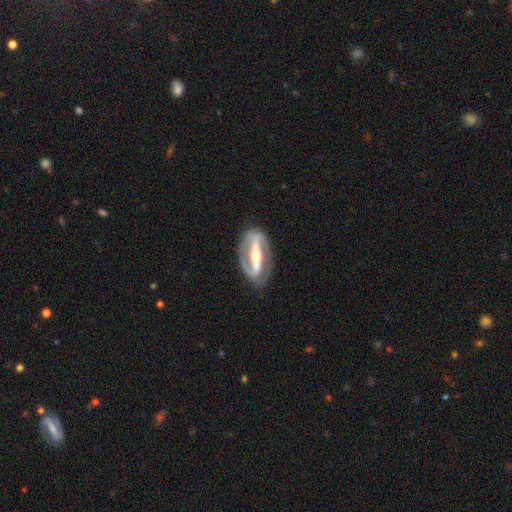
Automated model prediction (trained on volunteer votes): This is clearly a featured or disk galaxy (87%). It is clearly not viewed edge-on (89%). Bar: likely strong (78%). Spiral arm pattern: clearly yes (84%). Spiral arm count: clearly 2 (87%). Spiral winding: marginally medium (42%). Central bulge: possibly moderate (59%). Merging: clearly none (81%).